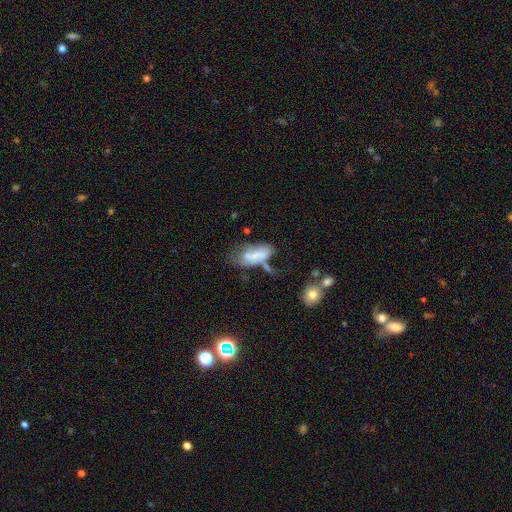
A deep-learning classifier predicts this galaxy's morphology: This appears to be a smooth galaxy with no disk features (55%) that is in between round and cigar-shaped (81%). Merging: major disturbance (28%).